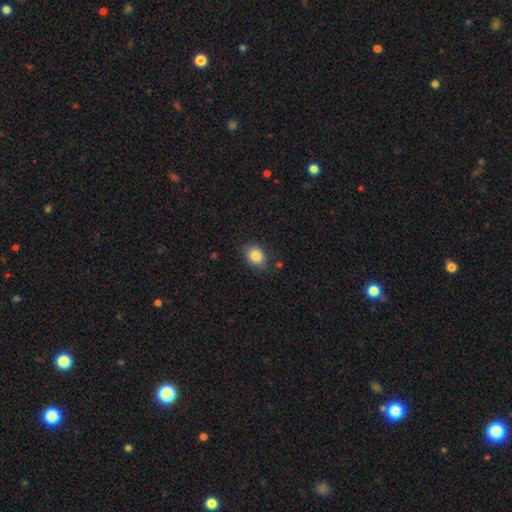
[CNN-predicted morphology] The model was most divided on "how rounded": in between: 61%, round: 38%, cigar-shaped: 1%. More confident: smooth or featured — smooth (85%); merging — none (80%).